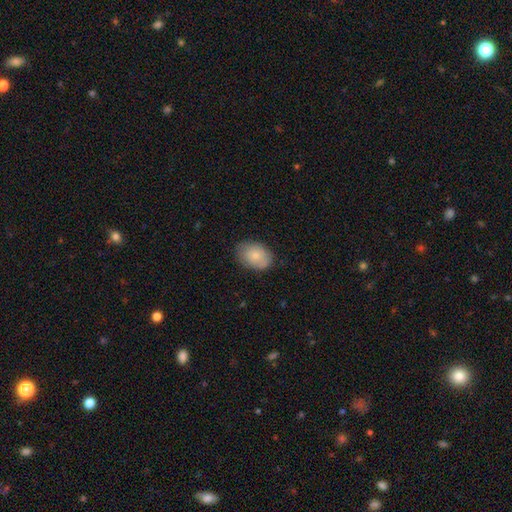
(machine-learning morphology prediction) smooth 80%, featured or disk 14%, star or artifact 7%. Down the decision tree: how rounded — in between (76%); merging — none (78%).